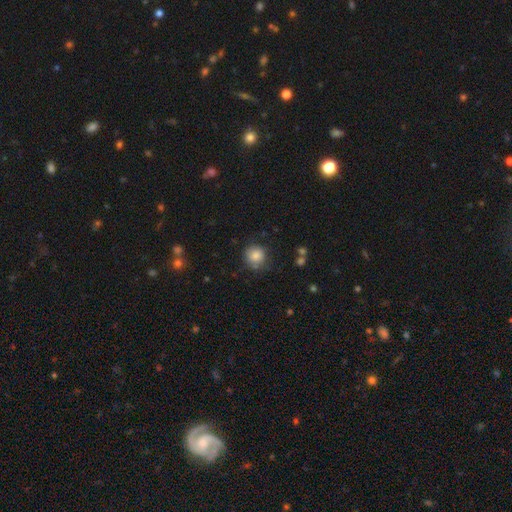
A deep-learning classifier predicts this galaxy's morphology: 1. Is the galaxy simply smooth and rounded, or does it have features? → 85% smooth, 9% star or artifact, 5% featured or disk.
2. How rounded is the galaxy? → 90% round, 9% in between, 1% cigar-shaped.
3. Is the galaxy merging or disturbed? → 76% none, 16% minor disturbance, 5% major disturbance, 3% merger.